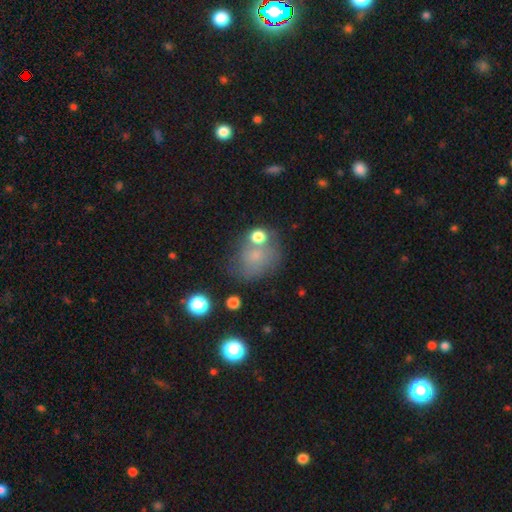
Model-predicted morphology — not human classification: A smooth galaxy with no disk features (65%) that is round (56%).

Vote fractions:
- Smooth or featured? smooth: 65% / featured or disk: 19% / star or artifact: 16%
- How rounded? round: 56% / in between: 43% / cigar-shaped: 1%
- Merging? none: 50% / minor disturbance: 22% / merger: 15% / major disturbance: 13%